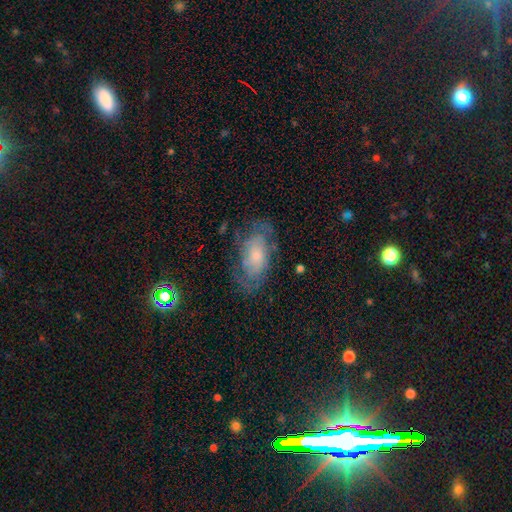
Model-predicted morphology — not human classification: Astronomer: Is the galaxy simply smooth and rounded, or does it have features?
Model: featured or disk — 52% (runner-up: smooth, 40%).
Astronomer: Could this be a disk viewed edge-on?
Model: no — 93%.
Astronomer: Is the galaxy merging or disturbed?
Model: none — 62%.